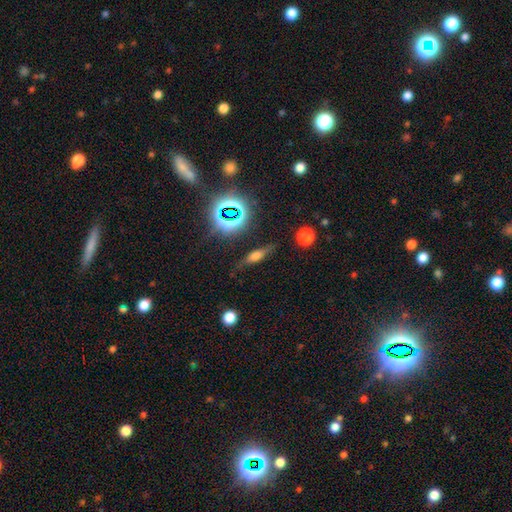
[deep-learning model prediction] smooth_or_featured: smooth (p=0.47) [alt: featured or disk p=0.34]
merging: none (p=0.75) [alt: minor disturbance p=0.17]